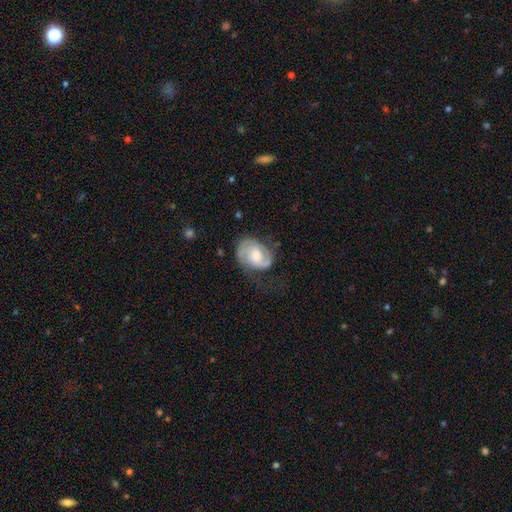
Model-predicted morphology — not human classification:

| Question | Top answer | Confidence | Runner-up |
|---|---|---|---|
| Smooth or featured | featured or disk | 75% | smooth (19%) |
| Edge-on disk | no | 97% | yes (3%) |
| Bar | no | 50% | weak (41%) |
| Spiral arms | yes | 93% | no (7%) |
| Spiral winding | medium | 45% | tight (37%) |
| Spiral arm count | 2 | 75% | can't tell (10%) |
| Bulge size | moderate | 48% | large (21%) |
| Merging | none | 53% | minor disturbance (25%) |